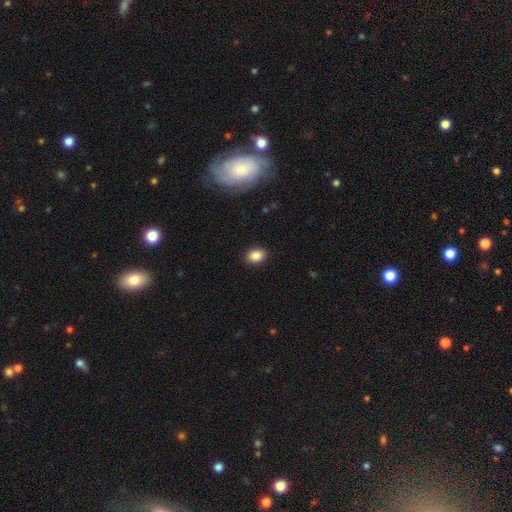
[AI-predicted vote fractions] This is clearly a smooth galaxy (87%). How rounded: likely in between (66%). Merging: clearly none (90%).